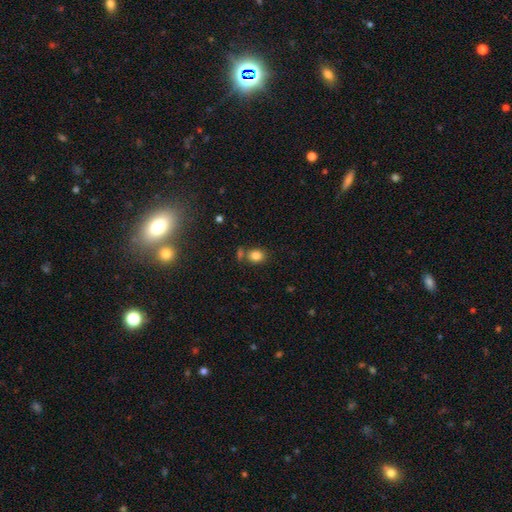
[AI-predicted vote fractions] A smooth galaxy with no disk features (83%) that is in between round and cigar-shaped (51%). Merging: none (66%).